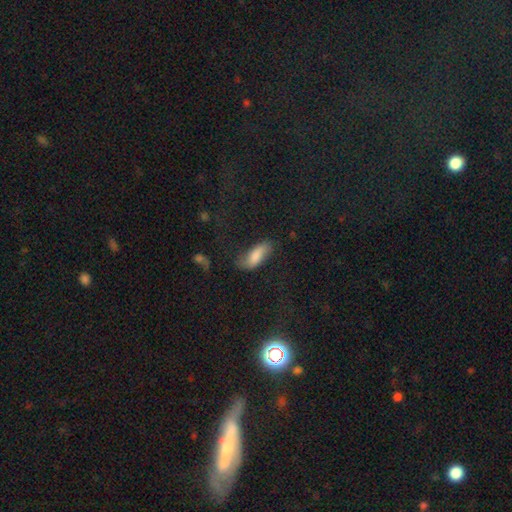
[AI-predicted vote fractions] Q: Smooth or featured?
A: smooth (68%); runner-up: featured or disk (22%)
Q: How rounded?
A: in between (71%); runner-up: cigar-shaped (26%)
Q: Merging?
A: none (59%); runner-up: minor disturbance (24%)